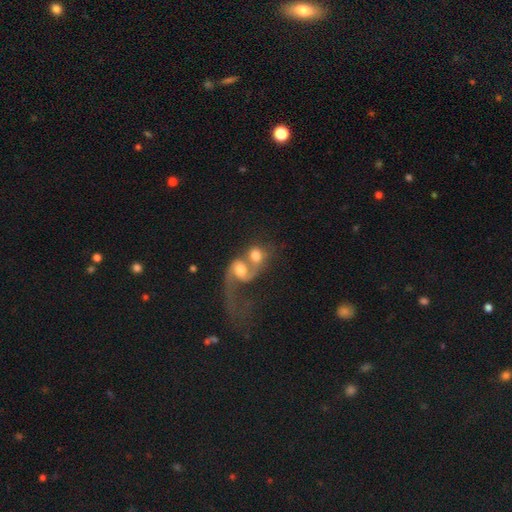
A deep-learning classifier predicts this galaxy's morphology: This appears to be a featured or disk galaxy (49%). Merging: merger (77%).